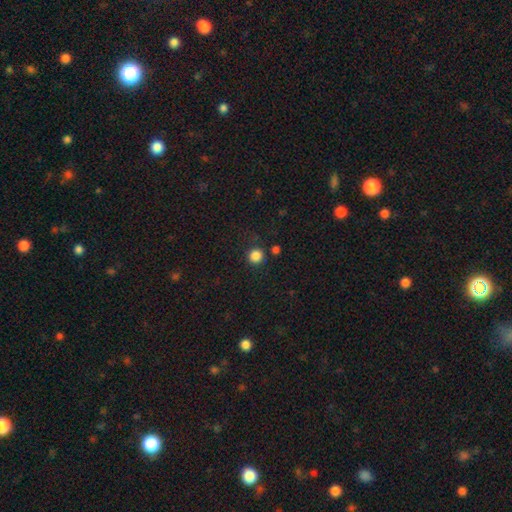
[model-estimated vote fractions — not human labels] This is clearly a smooth galaxy (85%). How rounded: clearly round (94%). Merging: clearly none (87%).